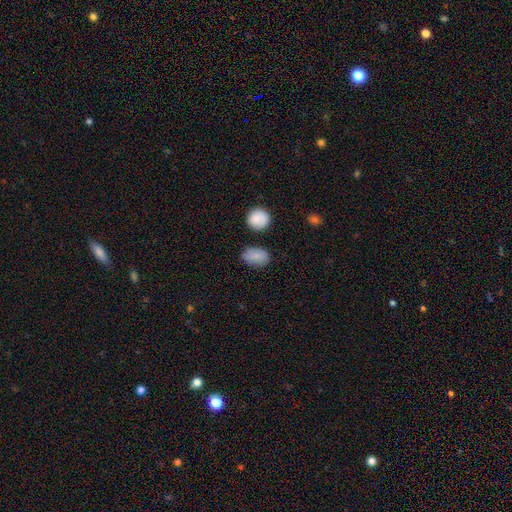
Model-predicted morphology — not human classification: type=smooth (83%); roundness=in between (84%); merging=none (75%).